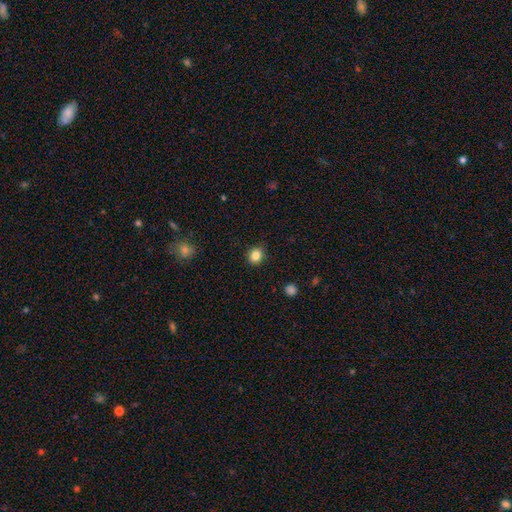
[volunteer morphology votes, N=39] This is clearly a smooth galaxy (82%). How rounded: clearly round (88%). Merging: likely none (77%).